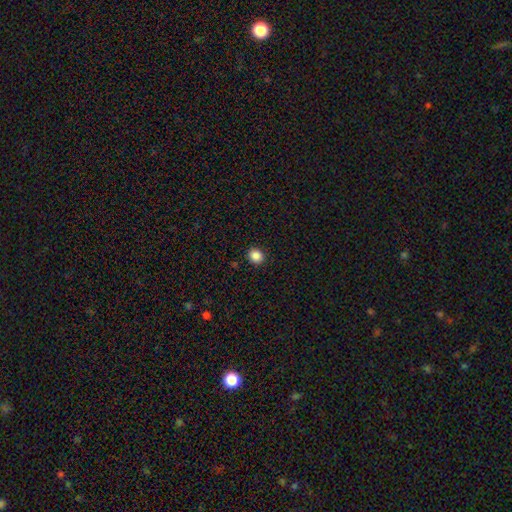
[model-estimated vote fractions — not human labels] A smooth galaxy with no disk features (87%) that is round (80%).

Vote fractions:
- Smooth or featured? smooth: 87% / star or artifact: 10% / featured or disk: 3%
- How rounded? round: 80% / in between: 19% / cigar-shaped: 1%
- Merging? none: 92% / minor disturbance: 5% / major disturbance: 2% / merger: 1%